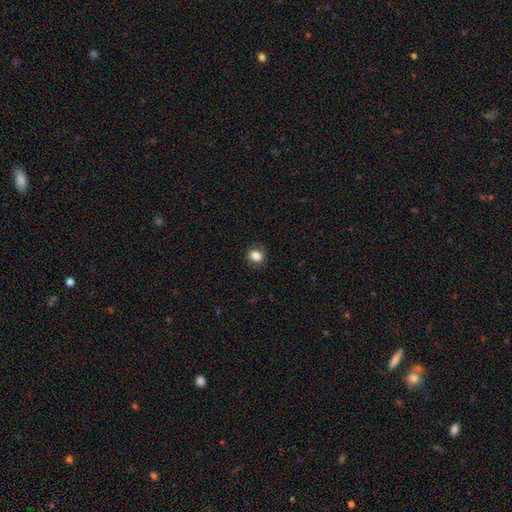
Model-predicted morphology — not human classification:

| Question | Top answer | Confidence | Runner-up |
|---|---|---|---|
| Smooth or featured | smooth | 84% | star or artifact (10%) |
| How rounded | round | 65% | in between (34%) |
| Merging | none | 85% | minor disturbance (11%) |